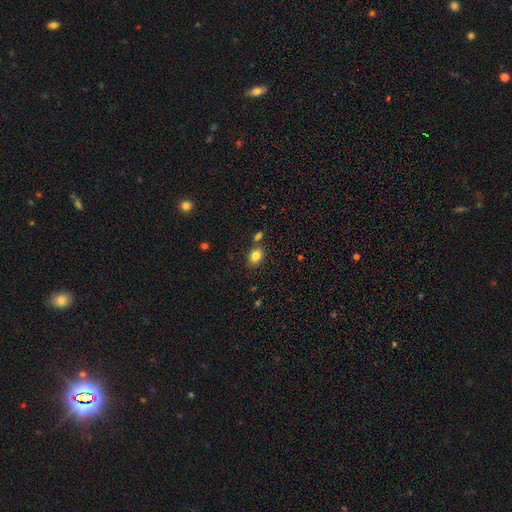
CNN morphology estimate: Smooth or featured? Predicted: smooth (p=0.83). How rounded? Predicted: in between (p=0.65). Merging? Predicted: none (p=0.72).